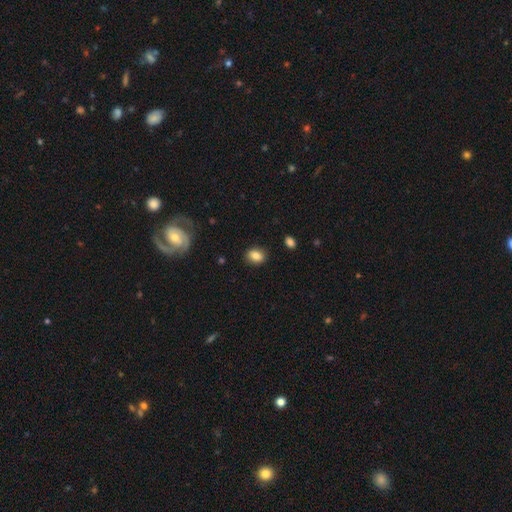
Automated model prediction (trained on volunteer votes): The model was most divided on "how rounded": in between: 58%, round: 41%, cigar-shaped: 1%. More confident: merging — none (88%); smooth or featured — smooth (83%).